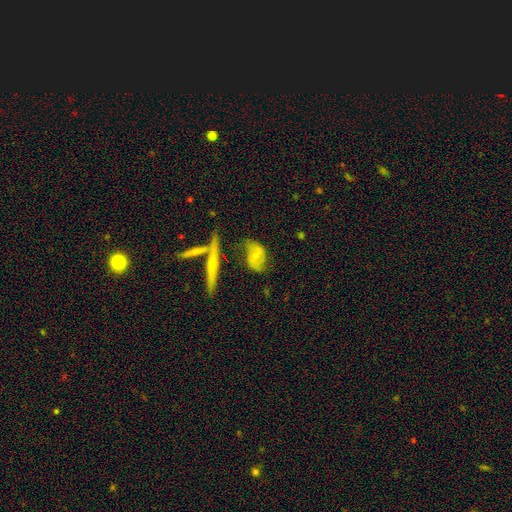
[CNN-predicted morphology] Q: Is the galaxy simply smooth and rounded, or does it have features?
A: featured or disk — 52%.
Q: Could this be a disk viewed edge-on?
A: no — 85%.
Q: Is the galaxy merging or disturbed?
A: none — 61%.